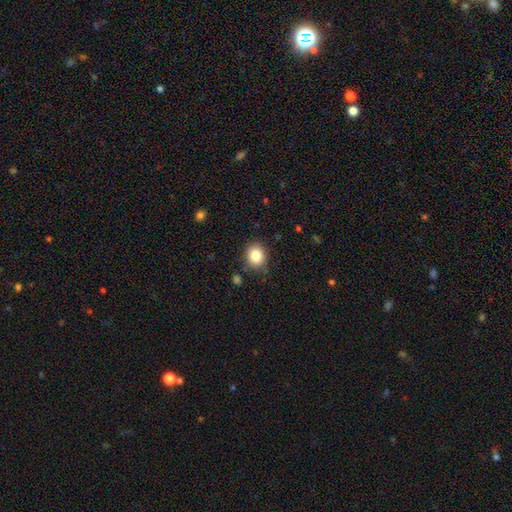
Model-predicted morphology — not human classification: The model was most divided on "how rounded": round: 72%, in between: 27%, cigar-shaped: 1%. More confident: merging — none (86%); smooth or featured — smooth (84%).